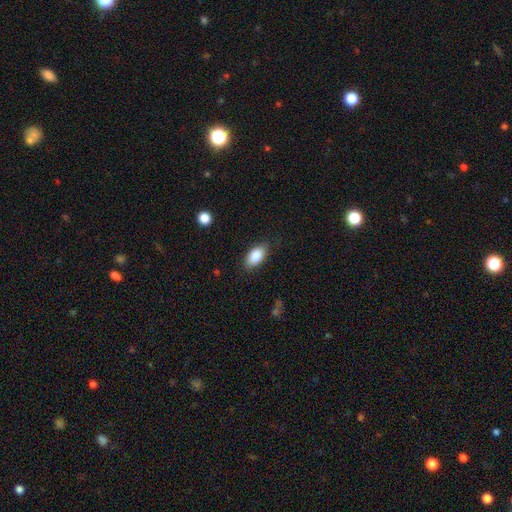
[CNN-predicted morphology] smooth 85%, featured or disk 8%, star or artifact 7%. Down the decision tree: how rounded — in between (91%); merging — none (83%).